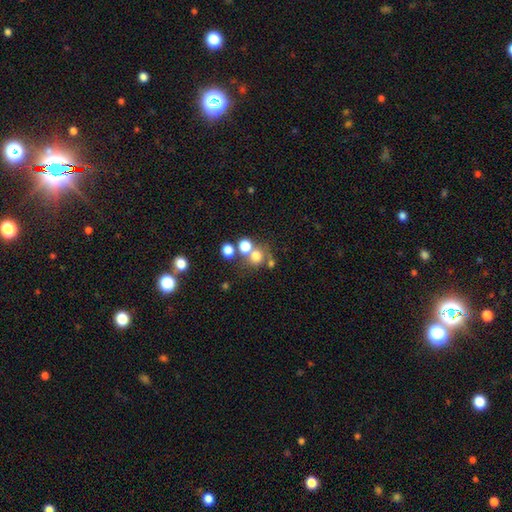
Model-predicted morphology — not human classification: Smooth or featured? smooth (70%)
How rounded? round (84%)
Merging? none (53%)